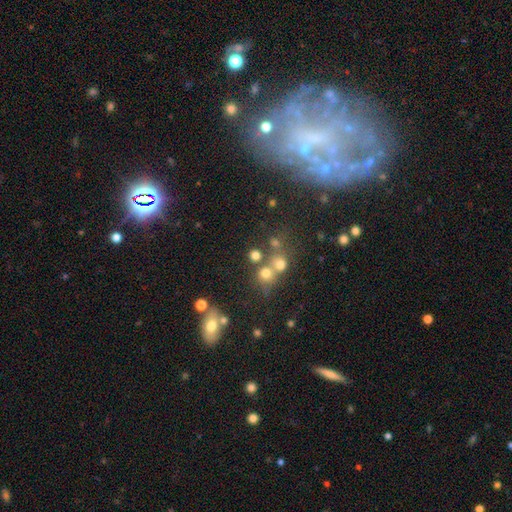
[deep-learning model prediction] Overall: smooth (72%). How rounded: round (87%). Merging: none (65%).